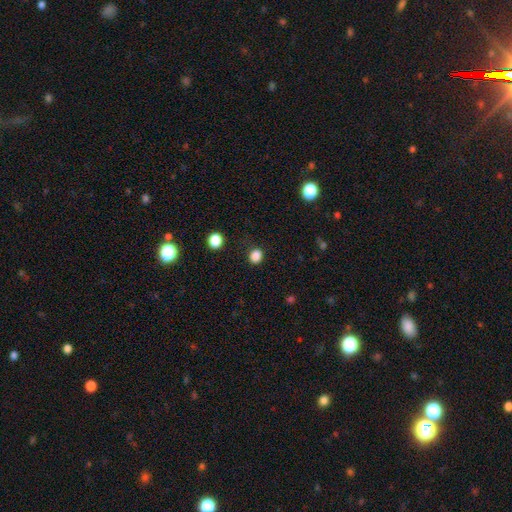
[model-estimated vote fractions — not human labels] smooth 85%, star or artifact 12%, featured or disk 3%. Down the decision tree: how rounded — round (69%); merging — none (85%).